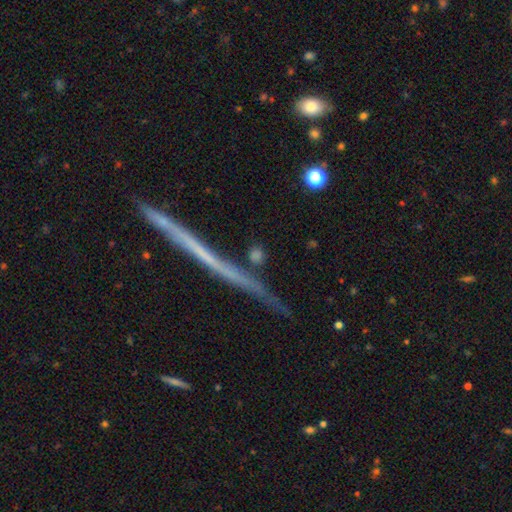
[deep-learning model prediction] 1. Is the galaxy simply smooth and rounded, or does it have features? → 51% smooth, 24% star or artifact, 24% featured or disk.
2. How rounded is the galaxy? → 68% round, 21% cigar-shaped, 11% in between.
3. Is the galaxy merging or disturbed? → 80% none, 10% minor disturbance, 5% merger, 5% major disturbance.